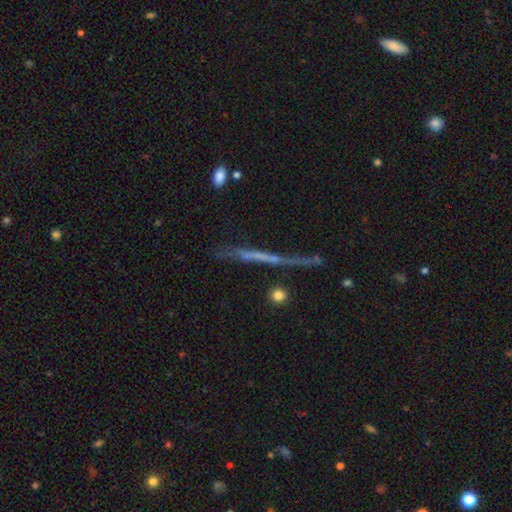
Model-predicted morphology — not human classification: This is possibly a featured or disk galaxy (53%). It is clearly viewed edge-on (82%). Merging: possibly none (59%).